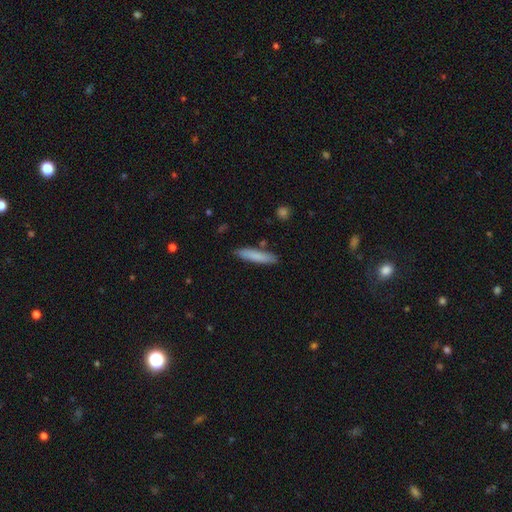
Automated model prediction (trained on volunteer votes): This is clearly a smooth galaxy (81%). How rounded: clearly cigar-shaped (88%). Merging: clearly none (86%).